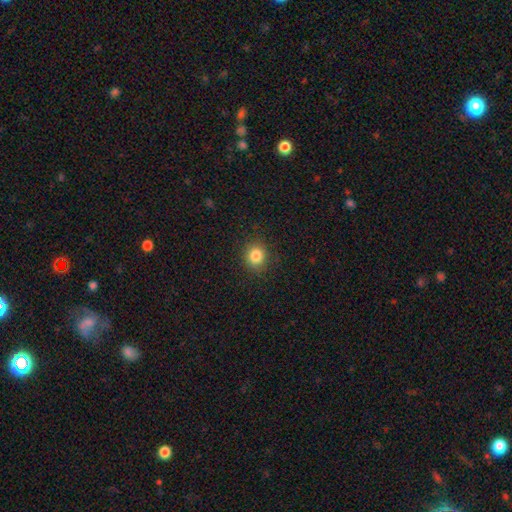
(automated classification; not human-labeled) smooth 84%, star or artifact 11%, featured or disk 5%. Down the decision tree: how rounded — round (79%); merging — none (89%).